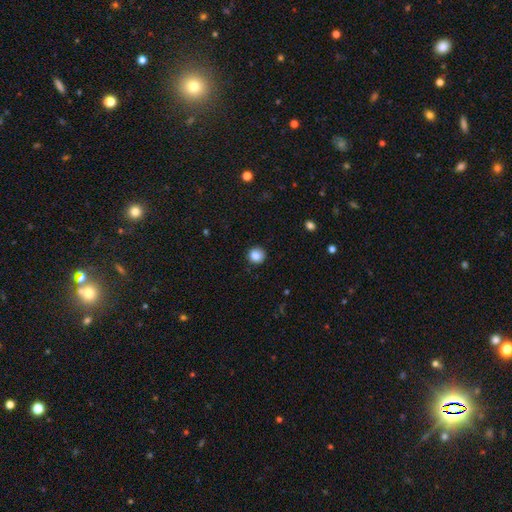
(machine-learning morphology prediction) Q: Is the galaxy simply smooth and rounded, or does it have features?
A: smooth — 86%.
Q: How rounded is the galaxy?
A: round — 92%.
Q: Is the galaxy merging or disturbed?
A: none — 90%.